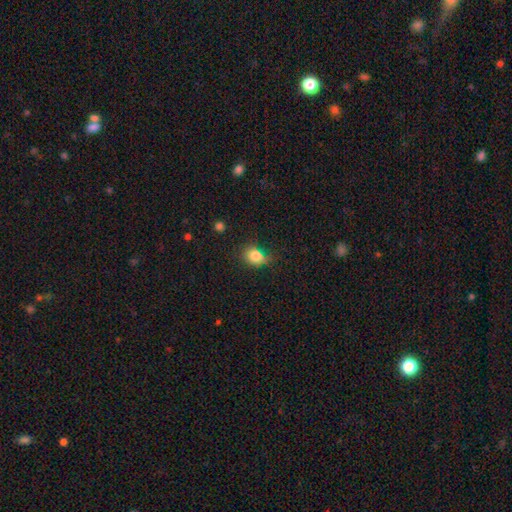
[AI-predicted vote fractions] smooth-or-featured: smooth: 82% | star or artifact: 11% | featured or disk: 6%
  how-rounded: round: 56% | in between: 43% | cigar-shaped: 1%
  merging: none: 61% | minor disturbance: 27% | major disturbance: 8% | merger: 4%